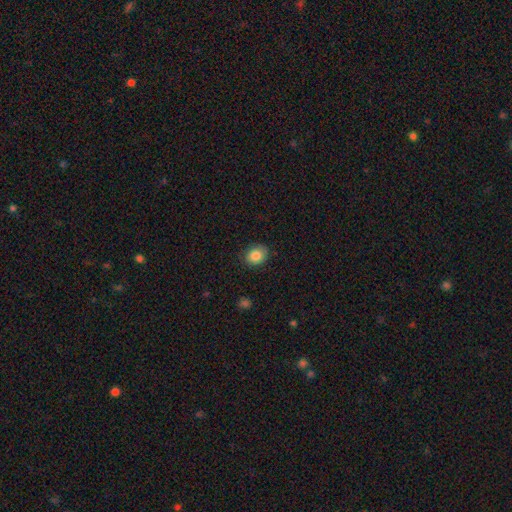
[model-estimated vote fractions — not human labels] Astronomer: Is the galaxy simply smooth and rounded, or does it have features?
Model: smooth — 85%.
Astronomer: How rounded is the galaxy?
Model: round — 51% (runner-up: in between, 48%).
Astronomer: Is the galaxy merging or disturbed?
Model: none — 86%.